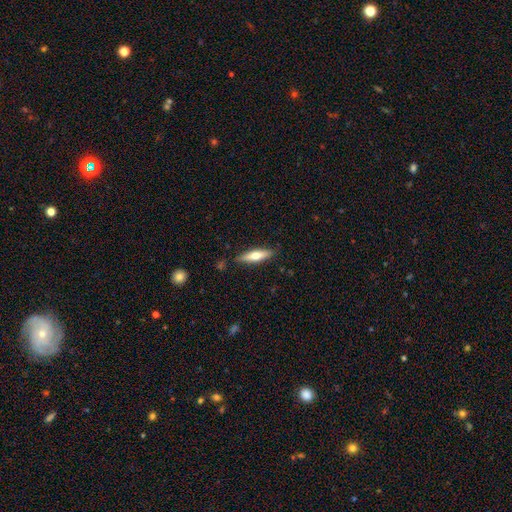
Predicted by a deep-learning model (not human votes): Overall: smooth (54%; featured or disk 41%). How rounded: cigar-shaped (71%). Merging: none (86%).